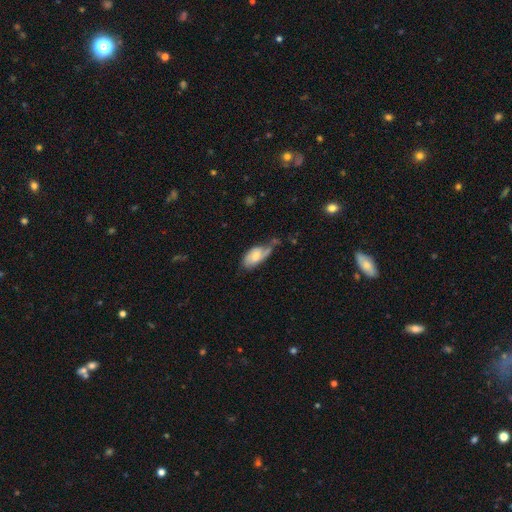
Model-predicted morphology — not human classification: A smooth galaxy with no disk features (55%) that is in between round and cigar-shaped (92%).

Vote fractions:
- Smooth or featured? smooth: 55% / featured or disk: 38% / star or artifact: 7%
- How rounded? in between: 92% / cigar-shaped: 4% / round: 4%
- Merging? minor disturbance: 35% / none: 30% / major disturbance: 25% / merger: 10%